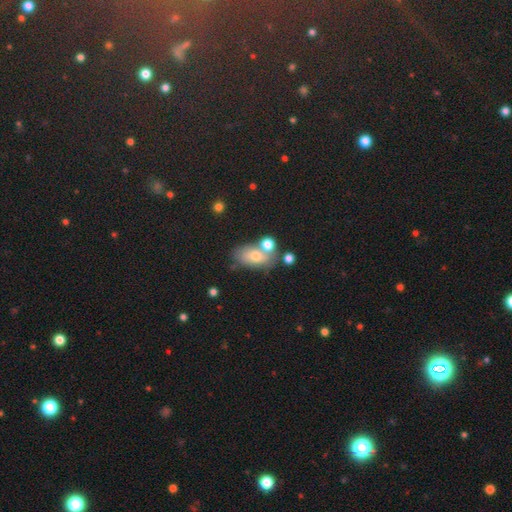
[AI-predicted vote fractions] Morphology: type=smooth (66%); roundness=in between (85%); merging=none (49%).